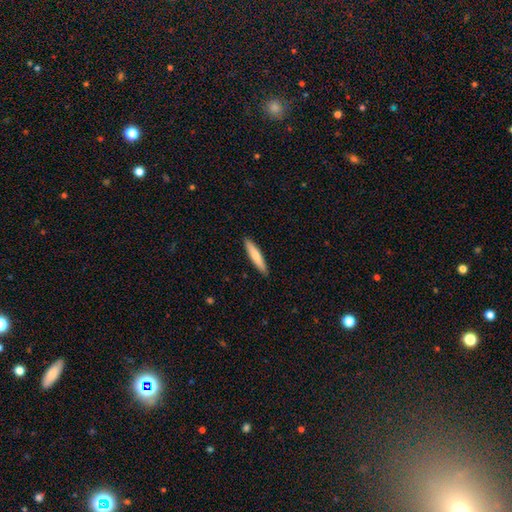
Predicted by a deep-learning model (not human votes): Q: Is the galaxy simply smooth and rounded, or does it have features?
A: smooth — 70%.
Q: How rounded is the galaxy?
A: cigar-shaped — 88%.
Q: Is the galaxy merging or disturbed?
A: none — 90%.